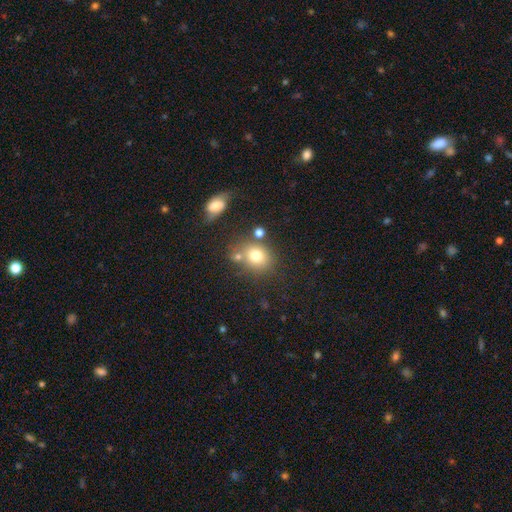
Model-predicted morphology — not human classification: A smooth galaxy with no disk features (75%) that is round (65%). Merging: none (63%).